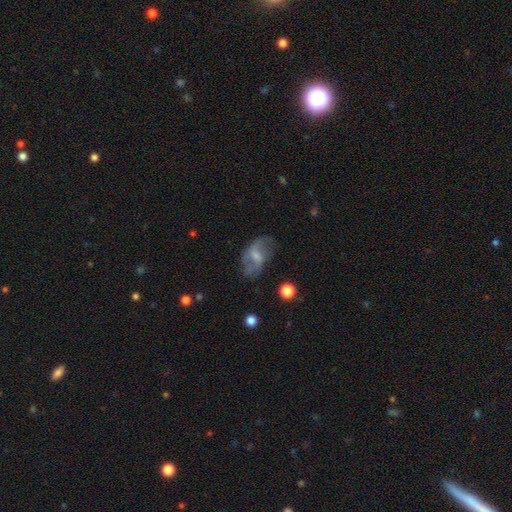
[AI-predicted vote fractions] smooth-or-featured: featured or disk: 60% | smooth: 32% | star or artifact: 8%
  disk-edge-on: no: 95% | yes: 5%
    bar: weak: 53% | no: 28% | strong: 19%
    has-spiral-arms: yes: 75% | no: 25%
    bulge-size: small: 37% | none: 30% | moderate: 28% | large: 4% | dominant: 1%
  merging: none: 56% | minor disturbance: 23% | major disturbance: 18% | merger: 3%